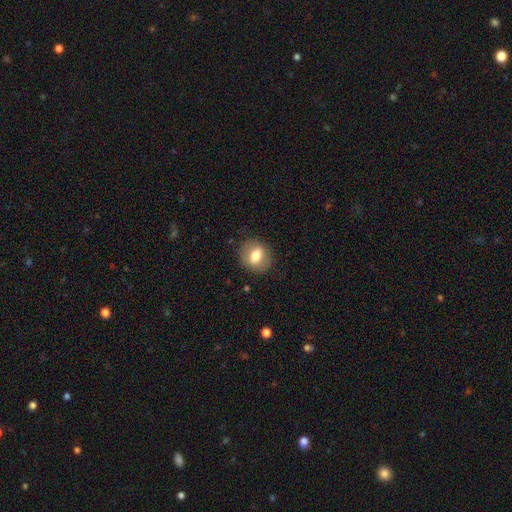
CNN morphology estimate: The model was most divided on "how rounded": round: 63%, in between: 36%, cigar-shaped: 2%. More confident: merging — none (85%); smooth or featured — smooth (70%).